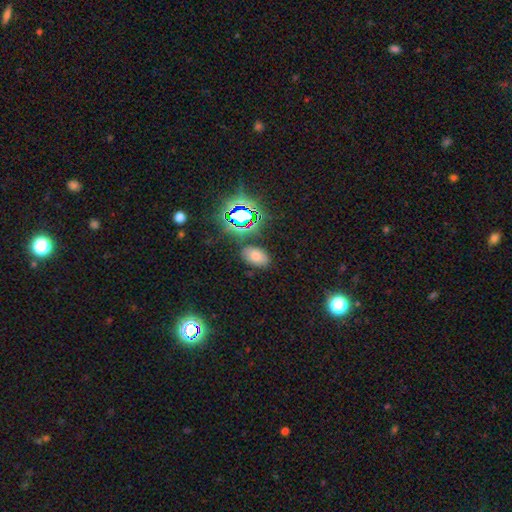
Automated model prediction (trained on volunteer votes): A smooth galaxy with no disk features (60%) that is in between round and cigar-shaped (88%).

Vote fractions:
- Smooth or featured? smooth: 60% / star or artifact: 30% / featured or disk: 10%
- How rounded? in between: 88% / round: 10% / cigar-shaped: 2%
- Merging? none: 82% / minor disturbance: 11% / merger: 4% / major disturbance: 3%